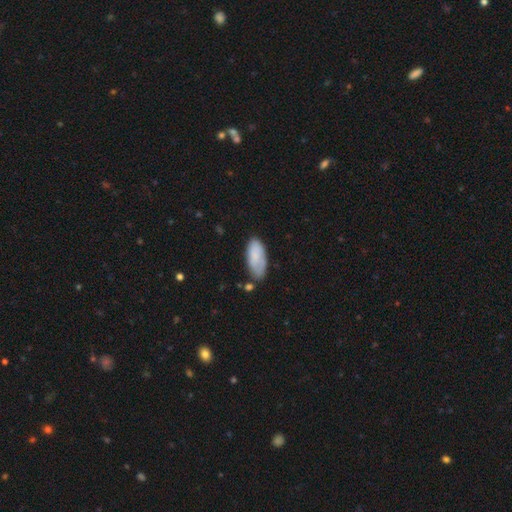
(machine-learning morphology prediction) A smooth galaxy with no disk features (79%) that is in between round and cigar-shaped (88%).

Vote fractions:
- Smooth or featured? smooth: 79% / featured or disk: 15% / star or artifact: 6%
- How rounded? in between: 88% / cigar-shaped: 11% / round: 2%
- Merging? none: 60% / minor disturbance: 28% / major disturbance: 7% / merger: 5%